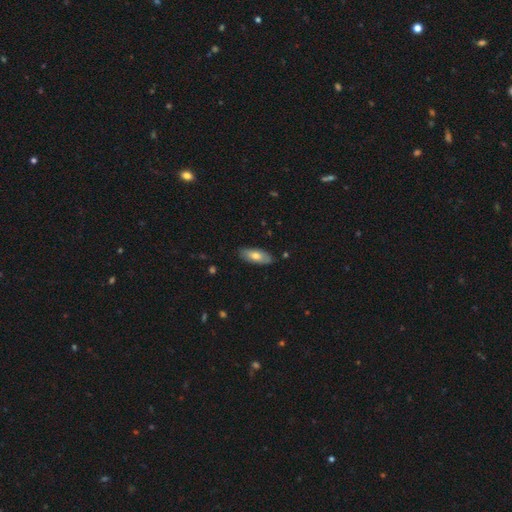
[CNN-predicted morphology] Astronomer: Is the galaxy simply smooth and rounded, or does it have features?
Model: smooth — 71%.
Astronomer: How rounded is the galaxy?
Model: in between — 81%.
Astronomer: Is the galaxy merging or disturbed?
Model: none — 85%.